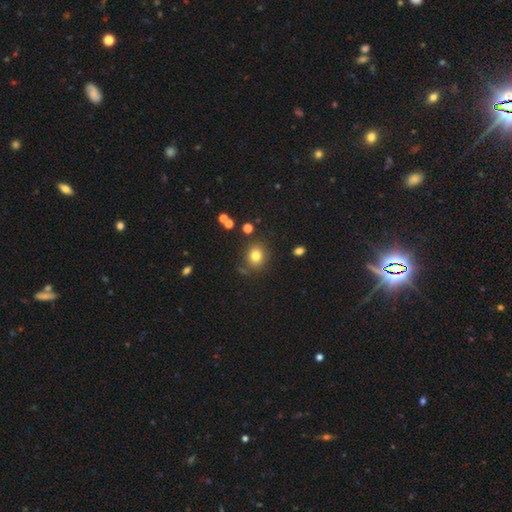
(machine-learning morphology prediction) This appears to be a smooth galaxy with no disk features (79%) that is round (77%). Merging: none (81%).